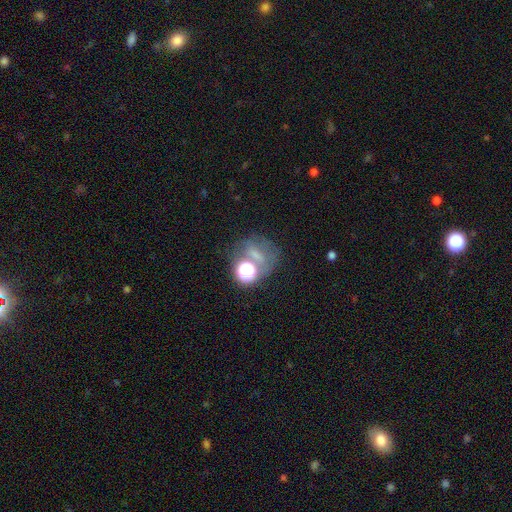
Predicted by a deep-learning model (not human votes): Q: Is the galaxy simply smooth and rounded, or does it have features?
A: smooth — 40%.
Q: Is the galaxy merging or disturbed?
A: none — 48%.